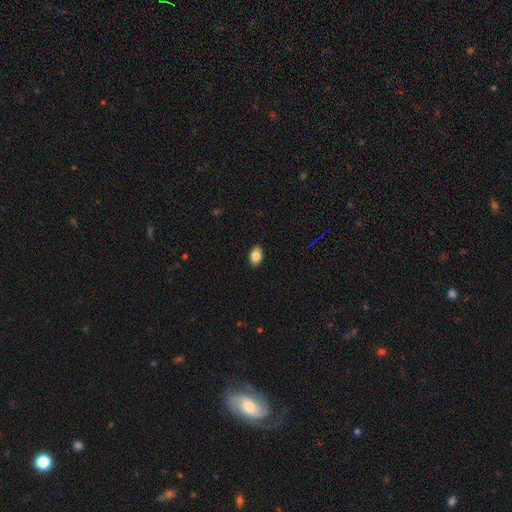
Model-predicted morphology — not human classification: A smooth galaxy with no disk features (85%) that is in between round and cigar-shaped (88%). Merging: none (89%).